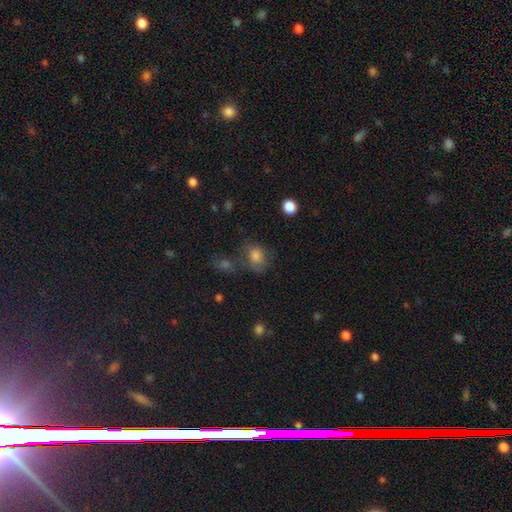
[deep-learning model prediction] Morphology: type=smooth (71%); roundness=round (56%); merging=none (52%).